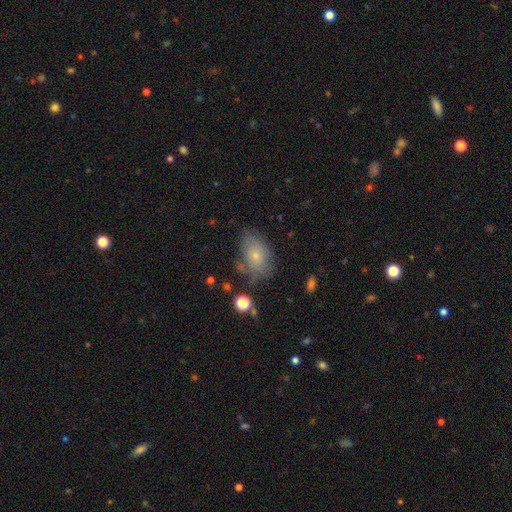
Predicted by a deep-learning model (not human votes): This appears to be a smooth galaxy with no disk features (61%) that is in between round and cigar-shaped (83%). Merging: none (57%).